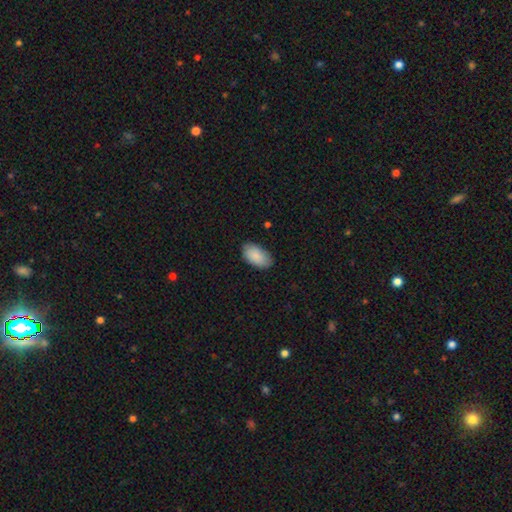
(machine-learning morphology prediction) type=smooth (87%); roundness=in between (95%); merging=none (82%).